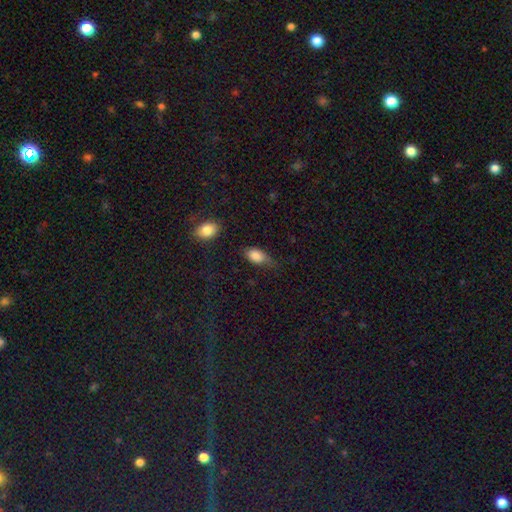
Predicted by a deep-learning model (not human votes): A smooth galaxy with no disk features (84%) that is in between round and cigar-shaped (88%). Merging: none (42%).